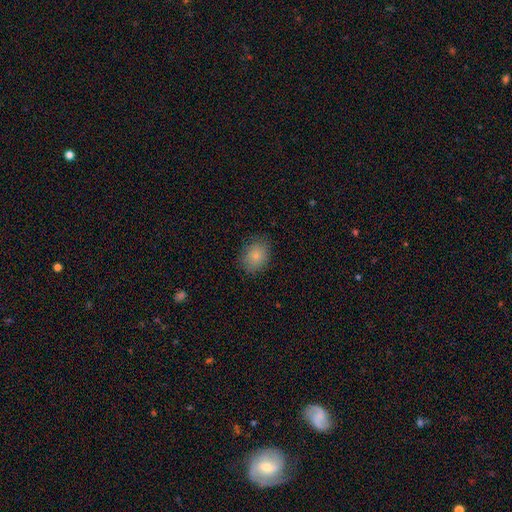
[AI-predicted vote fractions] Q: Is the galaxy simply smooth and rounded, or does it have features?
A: smooth — 83%.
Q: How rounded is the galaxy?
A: in between — 50%.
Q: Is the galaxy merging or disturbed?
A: none — 83%.